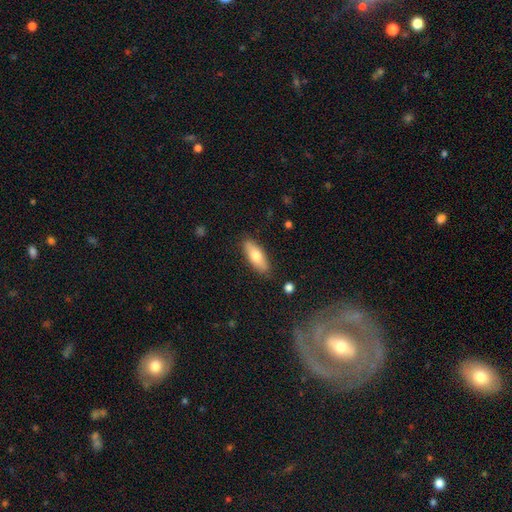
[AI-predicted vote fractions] A smooth galaxy with no disk features (74%) that is in between round and cigar-shaped (68%). Merging: none (86%).